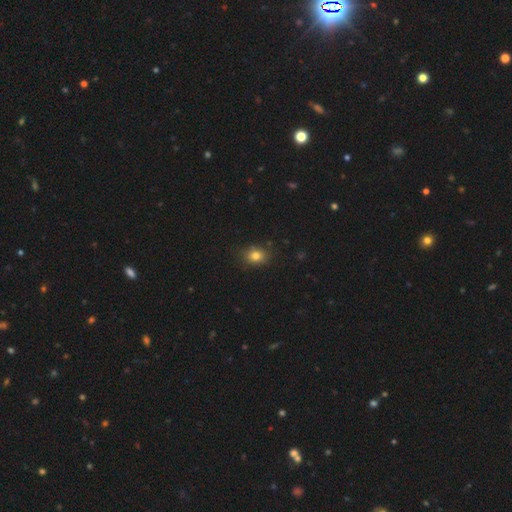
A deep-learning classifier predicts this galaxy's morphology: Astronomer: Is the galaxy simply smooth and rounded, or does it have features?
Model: smooth — 80%.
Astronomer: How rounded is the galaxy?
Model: in between — 52% (runner-up: round, 47%).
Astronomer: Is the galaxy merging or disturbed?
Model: none — 83%.